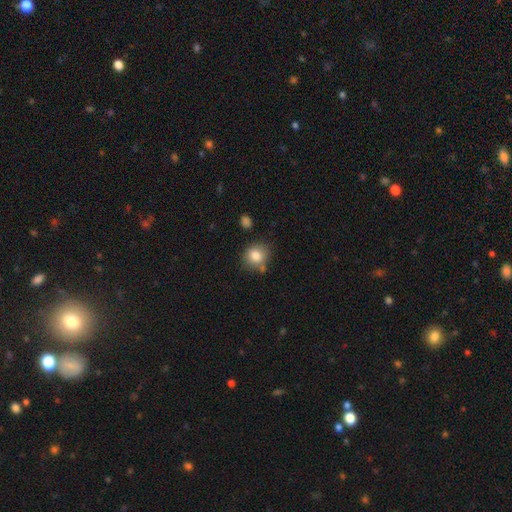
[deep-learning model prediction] A smooth galaxy with no disk features (82%) that is round (77%). Merging: none (70%).